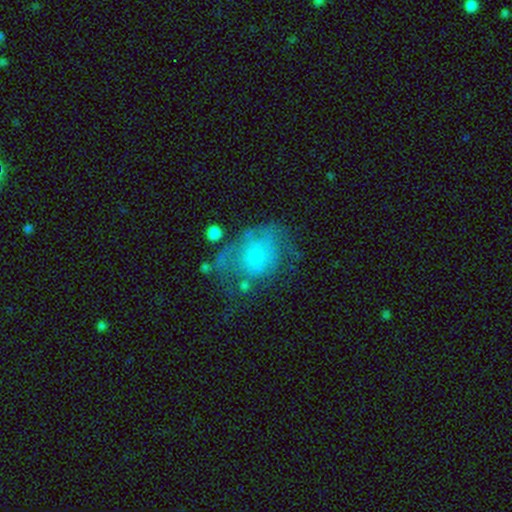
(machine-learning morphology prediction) smooth 48%, featured or disk 42%, star or artifact 10%. Down the decision tree: merging — major disturbance (39%).